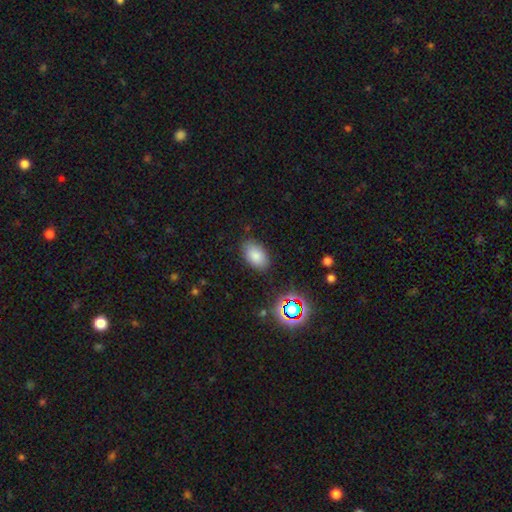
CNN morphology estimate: smooth-or-featured: smooth: 81% | star or artifact: 11% | featured or disk: 8%
  how-rounded: in between: 90% | round: 8% | cigar-shaped: 1%
  merging: none: 83% | minor disturbance: 12% | major disturbance: 3% | merger: 2%